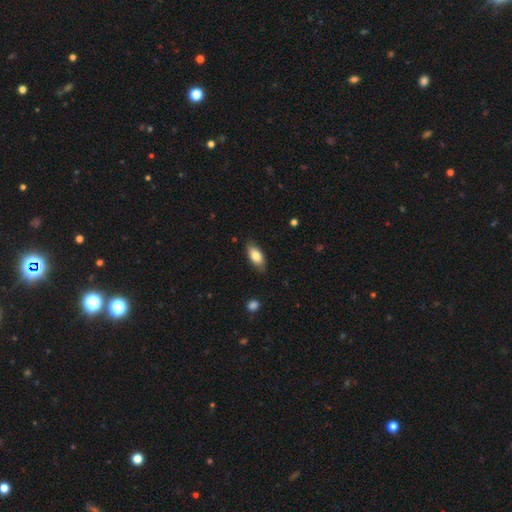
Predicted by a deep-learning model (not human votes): smooth 80%, featured or disk 14%, star or artifact 6%. Down the decision tree: how rounded — in between (88%); merging — none (81%).